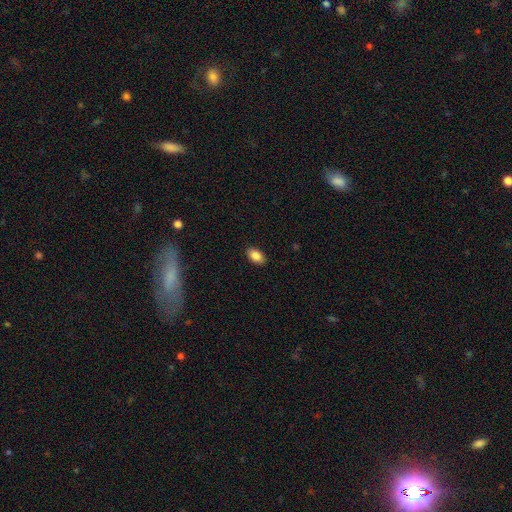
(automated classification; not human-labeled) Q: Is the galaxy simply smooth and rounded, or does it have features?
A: smooth — 86%.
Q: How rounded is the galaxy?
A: in between — 91%.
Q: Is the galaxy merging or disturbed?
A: none — 89%.